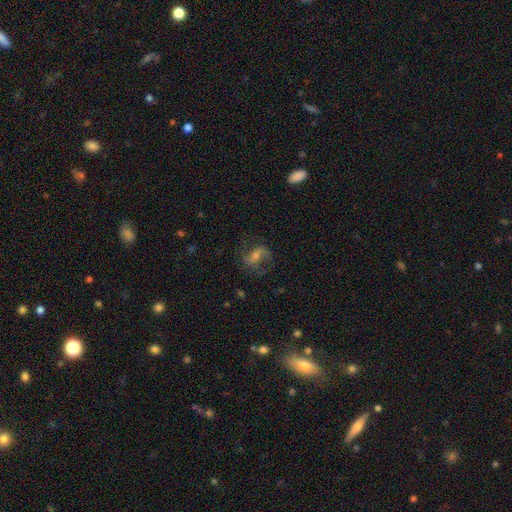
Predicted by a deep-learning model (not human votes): smooth-or-featured: featured or disk: 73% | smooth: 14% | star or artifact: 12%
  disk-edge-on: no: 96% | yes: 4%
    bar: weak: 45% | no: 29% | strong: 26%
    has-spiral-arms: yes: 92% | no: 8%
      spiral-winding: medium: 47% | loose: 40% | tight: 13%
      spiral-arm-count: 2: 84% | can't tell: 7% | 1: 4% | 3: 3% | 4: 1% | more than 4: 1%
    bulge-size: small: 48% | moderate: 40% | none: 7% | large: 4% | dominant: 1%
  merging: none: 73% | minor disturbance: 14% | major disturbance: 11% | merger: 2%